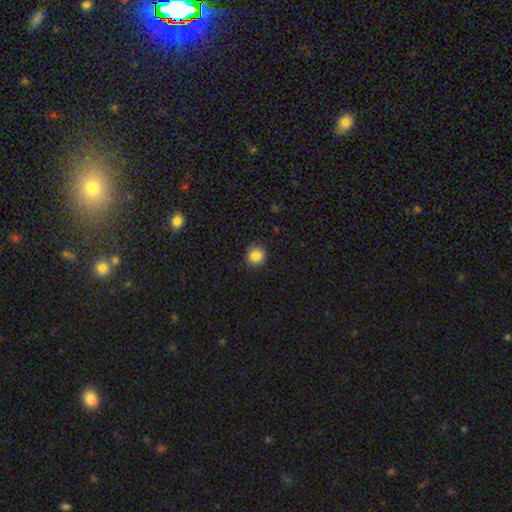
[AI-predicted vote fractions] The model was most divided on "smooth or featured": smooth: 86%, star or artifact: 10%, featured or disk: 4%. More confident: how rounded — round (91%); merging — none (89%).